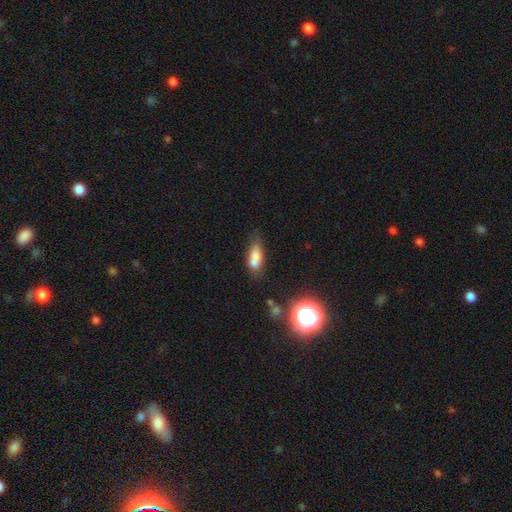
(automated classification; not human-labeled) Smooth or featured: smooth — 69% (featured or disk — 20%)
How rounded: in between — 73% (cigar-shaped — 22%)
Merging: none — 41% (minor disturbance — 25%)